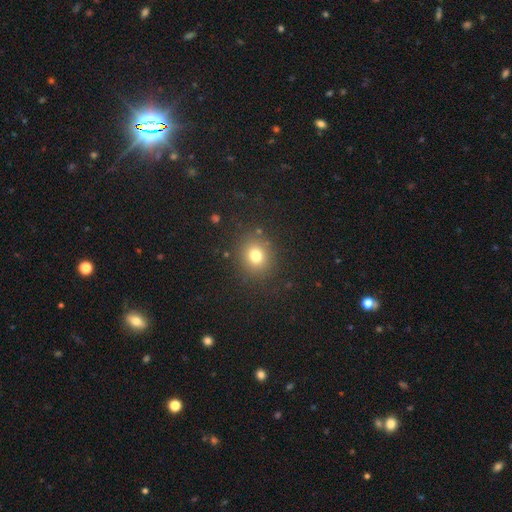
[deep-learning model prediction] This is likely a smooth galaxy (77%). How rounded: likely round (77%). Merging: clearly none (86%).